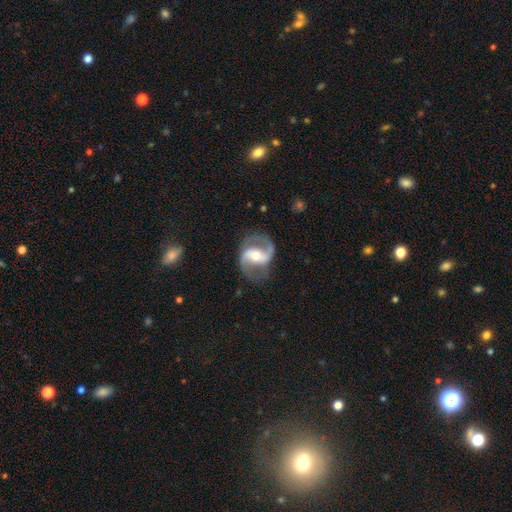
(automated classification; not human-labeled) The model was most divided on "bar": strong: 40%, weak: 37%, no: 23%. More confident: edge-on disk — no (98%); spiral arms — yes (96%); spiral arm count — 2 (93%); smooth or featured — featured or disk (90%); merging — none (79%); bulge size — moderate (67%); spiral winding — medium (52%).